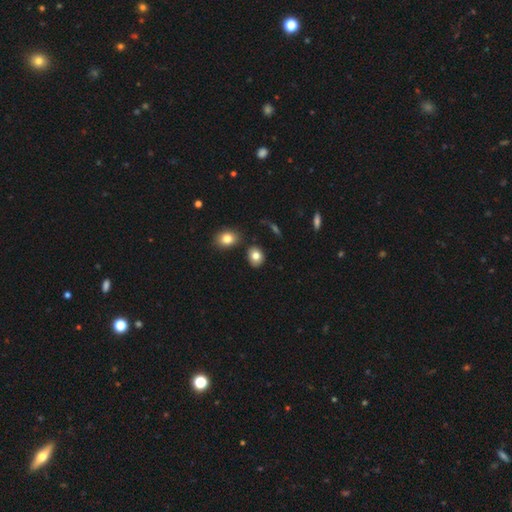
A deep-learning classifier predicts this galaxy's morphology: This is clearly a smooth galaxy (81%). How rounded: possibly in between (50%). Merging: clearly none (81%).